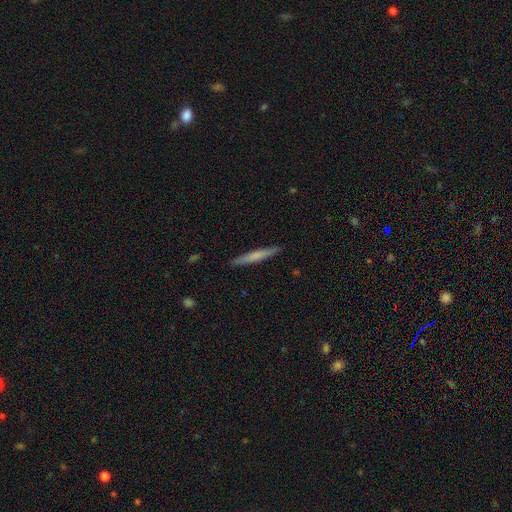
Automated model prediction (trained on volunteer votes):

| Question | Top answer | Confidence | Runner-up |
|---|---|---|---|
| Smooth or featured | smooth | 59% | featured or disk (35%) |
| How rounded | cigar-shaped | 96% | in between (3%) |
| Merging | none | 91% | minor disturbance (7%) |